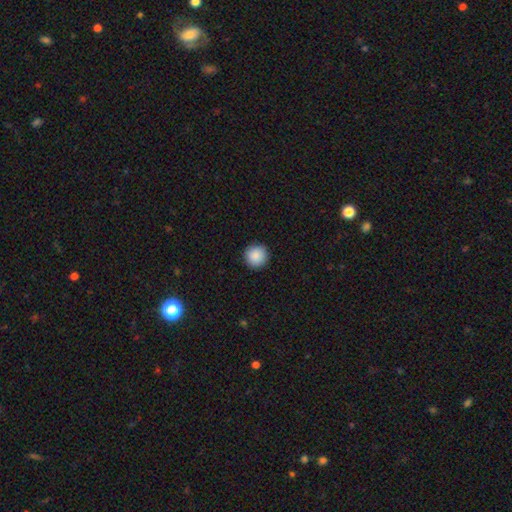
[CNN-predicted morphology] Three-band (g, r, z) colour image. It shows a smooth galaxy with no disk features (89%) that is round (95%). Merging: none (93%).